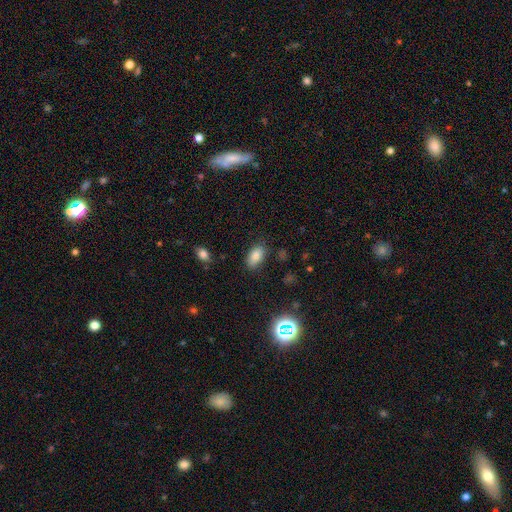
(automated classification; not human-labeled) Q: Smooth or featured?
A: smooth (83%); runner-up: star or artifact (10%)
Q: How rounded?
A: in between (92%); runner-up: round (5%)
Q: Merging?
A: none (80%); runner-up: minor disturbance (14%)